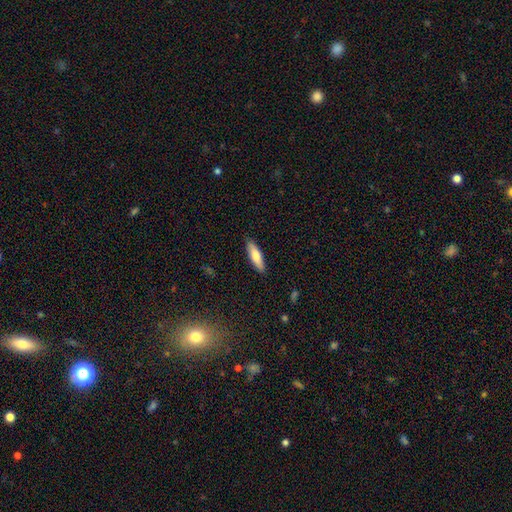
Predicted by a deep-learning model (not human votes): Q: Smooth or featured?
A: smooth (74%); runner-up: featured or disk (21%)
Q: How rounded?
A: cigar-shaped (63%); runner-up: in between (35%)
Q: Merging?
A: none (89%); runner-up: minor disturbance (9%)